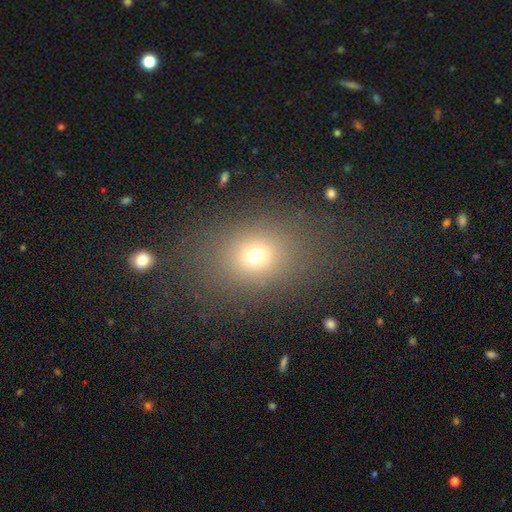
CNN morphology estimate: smooth_or_featured: smooth (p=0.69) [alt: star or artifact p=0.19]
how_rounded: in between (p=0.49) [tied with: round p=0.49]
merging: none (p=0.79) [alt: minor disturbance p=0.11]